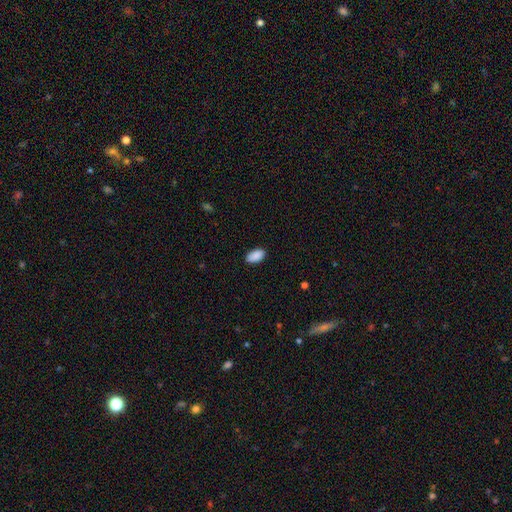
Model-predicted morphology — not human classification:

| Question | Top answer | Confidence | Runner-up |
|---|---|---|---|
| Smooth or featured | smooth | 90% | star or artifact (7%) |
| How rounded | in between | 94% | round (3%) |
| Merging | none | 87% | minor disturbance (10%) |